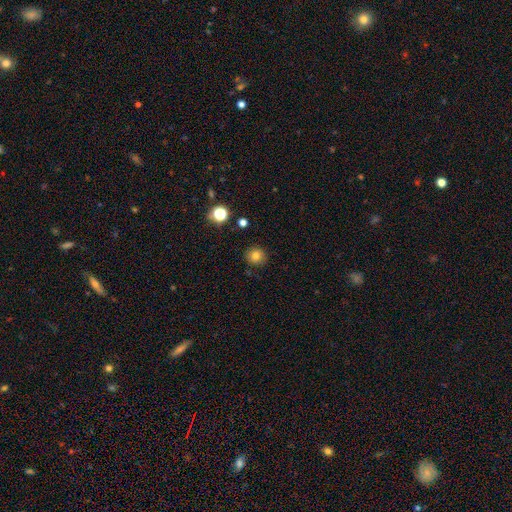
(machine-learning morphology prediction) Smooth or featured: smooth — 80% (star or artifact — 13%)
How rounded: round — 90% (in between — 9%)
Merging: none — 88% (minor disturbance — 8%)